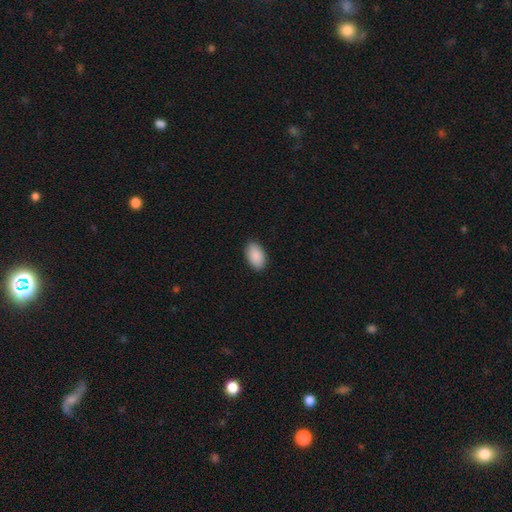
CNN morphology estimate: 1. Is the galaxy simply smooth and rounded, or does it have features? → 91% smooth, 6% star or artifact, 3% featured or disk.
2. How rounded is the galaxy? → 94% in between, 5% round, 1% cigar-shaped.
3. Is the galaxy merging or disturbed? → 89% none, 8% minor disturbance, 2% major disturbance, 1% merger.